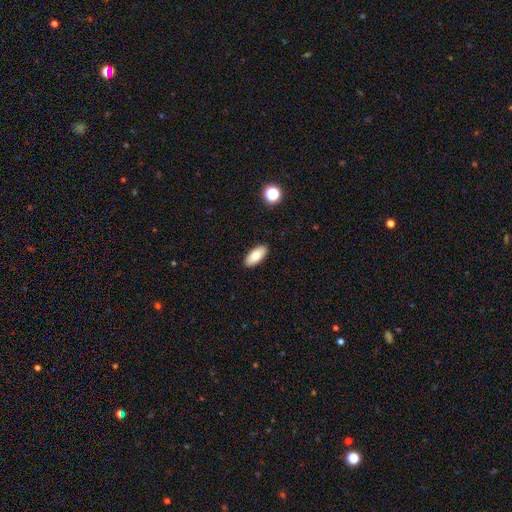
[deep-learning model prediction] smooth_or_featured: smooth (p=0.76) [alt: featured or disk p=0.16]
how_rounded: in between (p=0.88) [alt: cigar-shaped p=0.09]
merging: none (p=0.90) [alt: minor disturbance p=0.07]